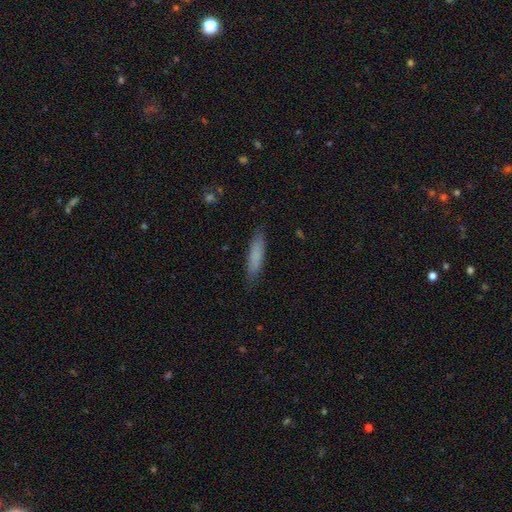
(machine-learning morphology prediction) Smooth or featured: smooth — 79% (featured or disk — 14%)
How rounded: cigar-shaped — 81% (in between — 18%)
Merging: none — 84% (minor disturbance — 12%)